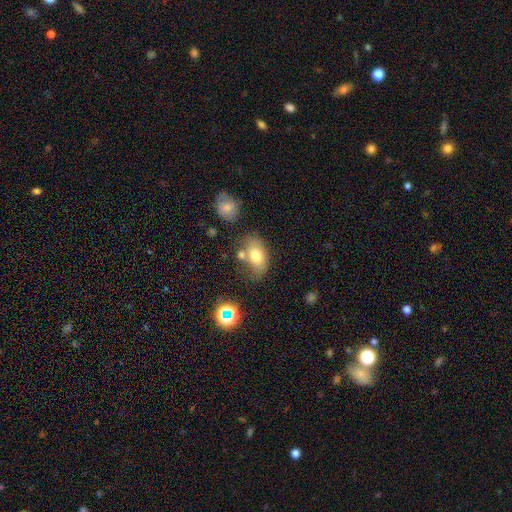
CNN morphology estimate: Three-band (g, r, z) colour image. It shows a smooth galaxy with no disk features (71%) that is in between round and cigar-shaped (87%). Merging: none (47%).